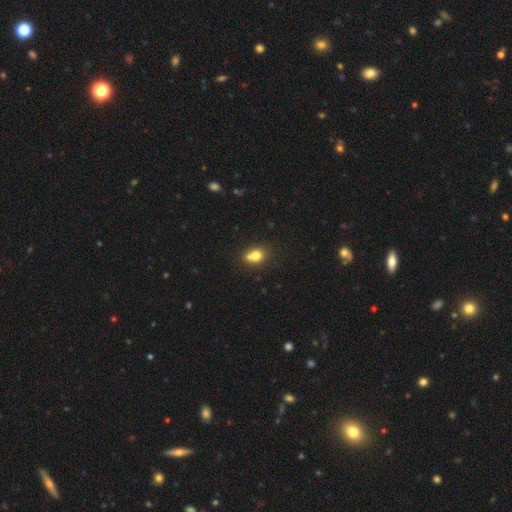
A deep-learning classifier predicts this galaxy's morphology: The model was most divided on "merging": merger: 44%, none: 41%, minor disturbance: 11%, major disturbance: 4%. More confident: smooth or featured — smooth (73%); how rounded — round (56%).